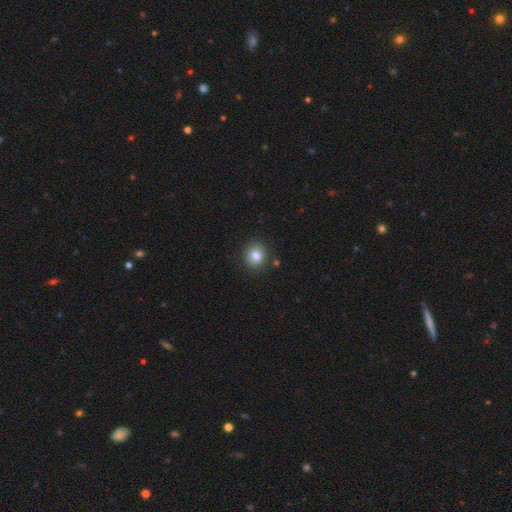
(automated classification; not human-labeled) Smooth or featured?
  - smooth: 83% *
  - star or artifact: 10%
  - featured or disk: 7%
How rounded?
  - round: 74% *
  - in between: 25%
  - cigar-shaped: 1%
Merging?
  - none: 85% *
  - minor disturbance: 10%
  - merger: 3%
  - major disturbance: 3%